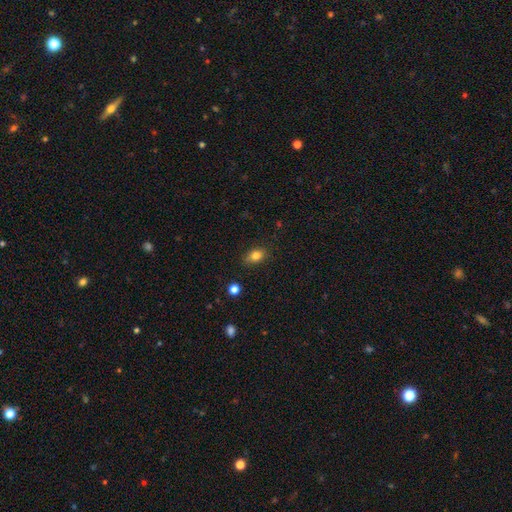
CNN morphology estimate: A smooth galaxy with no disk features (81%) that is in between round and cigar-shaped (72%).

Vote fractions:
- Smooth or featured? smooth: 81% / star or artifact: 11% / featured or disk: 8%
- How rounded? in between: 72% / round: 25% / cigar-shaped: 2%
- Merging? none: 81% / minor disturbance: 15% / major disturbance: 3% / merger: 2%